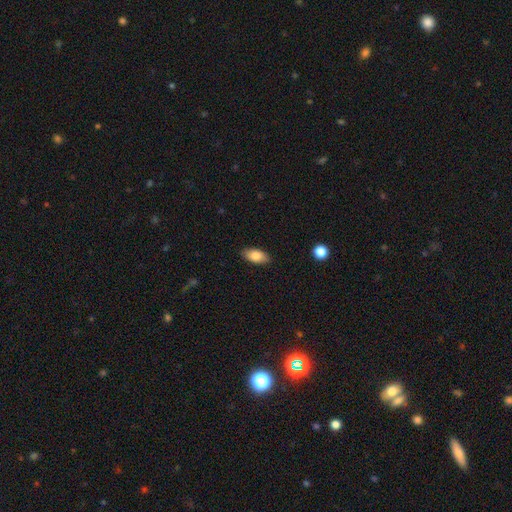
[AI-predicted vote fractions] This appears to be a smooth galaxy with no disk features (83%) that is in between round and cigar-shaped (91%). Merging: none (88%).